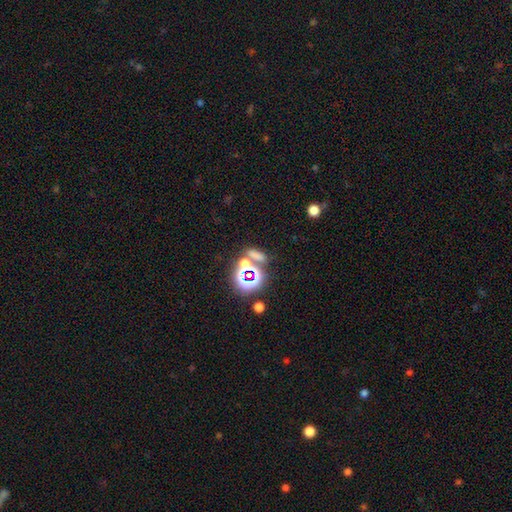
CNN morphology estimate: Smooth or featured?
  - smooth: 48% *
  - star or artifact: 41%
  - featured or disk: 11%
Merging?
  - none: 60% *
  - merger: 24%
  - minor disturbance: 10%
  - major disturbance: 6%